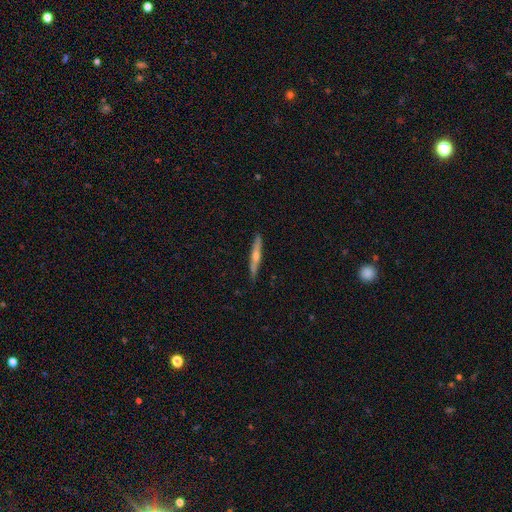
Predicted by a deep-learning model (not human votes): Smooth or featured? featured or disk (64%)
Edge-on disk? yes (97%)
Edge-on bulge? rounded (82%)
Merging? none (90%)